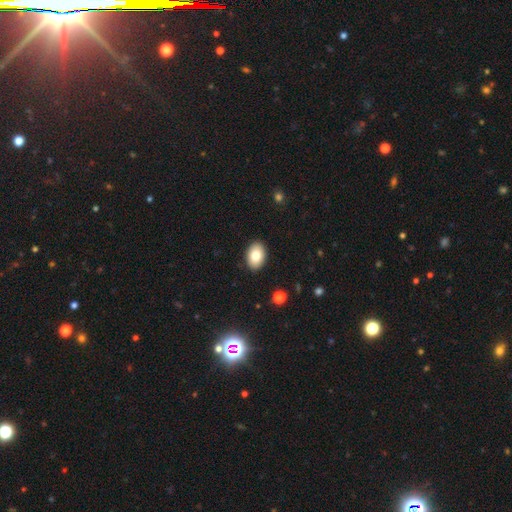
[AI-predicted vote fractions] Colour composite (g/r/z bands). It shows a smooth galaxy with no disk features (82%) that is in between round and cigar-shaped (86%). Merging: none (90%).